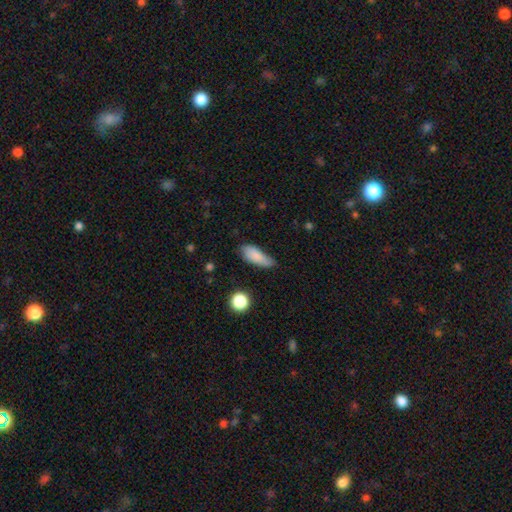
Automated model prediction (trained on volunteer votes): Smooth or featured?
  - smooth: 83% *
  - featured or disk: 9%
  - star or artifact: 8%
How rounded?
  - in between: 76% *
  - cigar-shaped: 22%
  - round: 3%
Merging?
  - none: 47% *
  - minor disturbance: 40%
  - major disturbance: 10%
  - merger: 3%